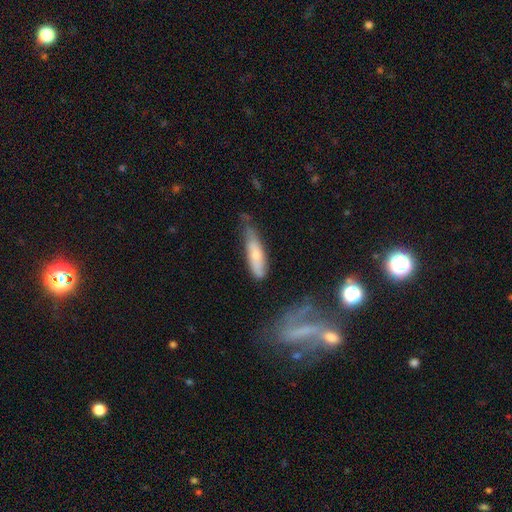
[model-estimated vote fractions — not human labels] A smooth galaxy with no disk features (61%) that is cigar-shaped (67%).

Vote fractions:
- Smooth or featured? smooth: 61% / featured or disk: 33% / star or artifact: 6%
- How rounded? cigar-shaped: 67% / in between: 31% / round: 2%
- Merging? none: 45% / minor disturbance: 38% / major disturbance: 11% / merger: 5%